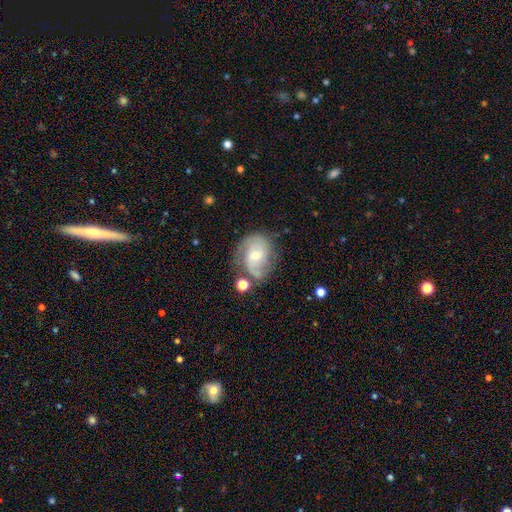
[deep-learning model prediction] Q: Smooth or featured?
A: featured or disk (74%); runner-up: smooth (19%)
Q: Edge-on disk?
A: no (97%); runner-up: yes (3%)
Q: Bar?
A: no (64%); runner-up: weak (30%)
Q: Spiral arms?
A: yes (90%); runner-up: no (10%)
Q: Spiral winding?
A: medium (45%); runner-up: tight (33%)
Q: Spiral arm count?
A: 2 (66%); runner-up: can't tell (17%)
Q: Bulge size?
A: small (55%); runner-up: moderate (41%)
Q: Merging?
A: none (57%); runner-up: minor disturbance (23%)